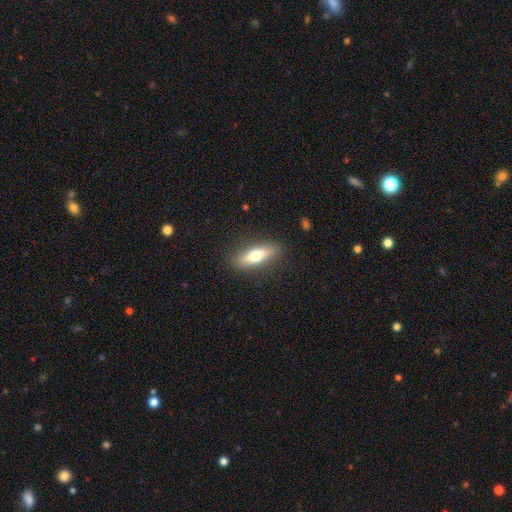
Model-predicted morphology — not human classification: The model was most divided on "how rounded": in between: 50%, cigar-shaped: 47%, round: 3%. More confident: merging — none (87%); smooth or featured — smooth (67%).